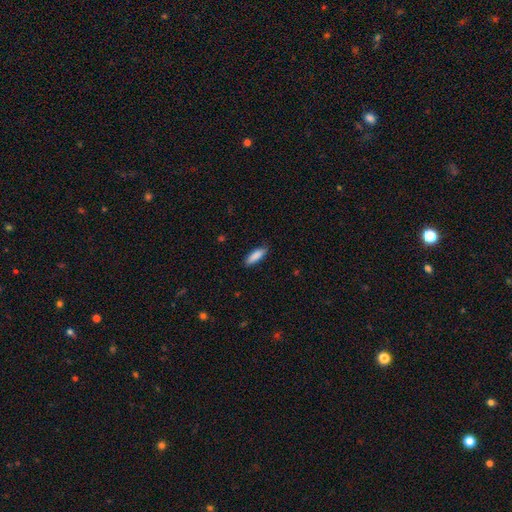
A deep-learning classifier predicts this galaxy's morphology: A smooth galaxy with no disk features (87%) that is in between round and cigar-shaped (51%).

Vote fractions:
- Smooth or featured? smooth: 87% / featured or disk: 7% / star or artifact: 6%
- How rounded? in between: 51% / cigar-shaped: 48% / round: 2%
- Merging? none: 84% / minor disturbance: 13% / major disturbance: 2% / merger: 1%